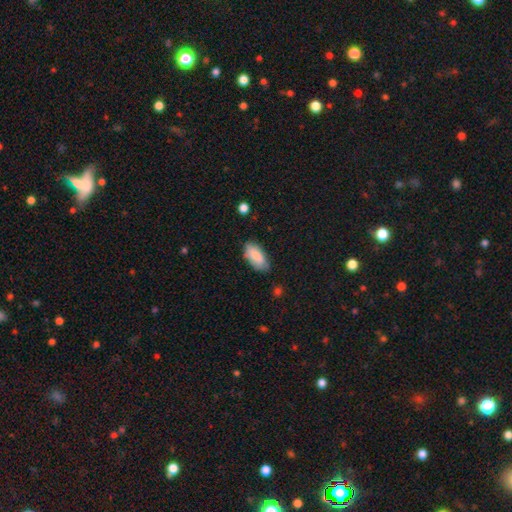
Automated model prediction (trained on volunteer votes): Smooth or featured? Predicted: smooth (p=0.84). How rounded? Predicted: in between (p=0.91). Merging? Predicted: none (p=0.73).